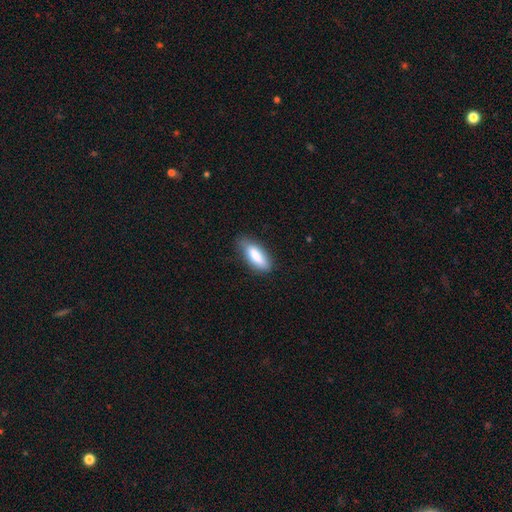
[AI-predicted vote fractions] The model was most divided on "how rounded": in between: 69%, cigar-shaped: 29%, round: 2%. More confident: smooth or featured — smooth (82%); merging — none (71%).